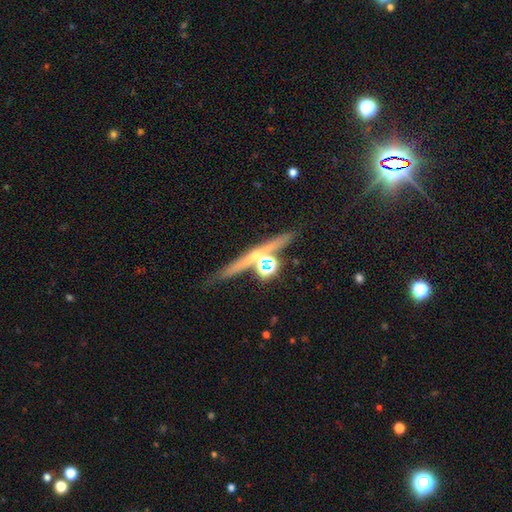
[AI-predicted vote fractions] A featured or disk galaxy (54%) viewed edge-on (89%).

Vote fractions:
- Smooth or featured? featured or disk: 54% / smooth: 24% / star or artifact: 22%
- Edge-on disk? yes: 89% / no: 11%
- Merging? none: 72% / merger: 13% / minor disturbance: 10% / major disturbance: 5%